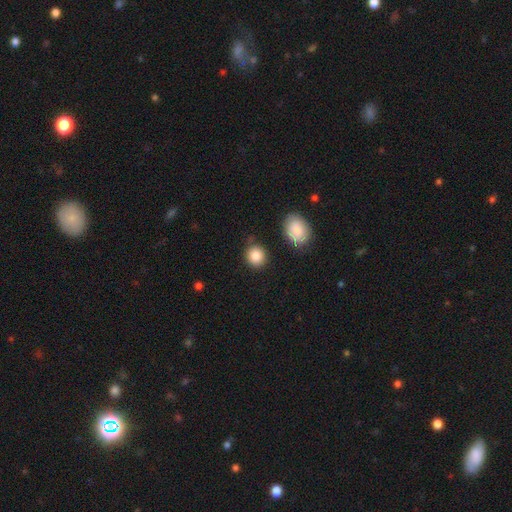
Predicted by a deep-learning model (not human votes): Smooth or featured?
  - smooth: 87% *
  - star or artifact: 9%
  - featured or disk: 5%
How rounded?
  - round: 84% *
  - in between: 15%
  - cigar-shaped: 1%
Merging?
  - none: 82% *
  - minor disturbance: 11%
  - merger: 4%
  - major disturbance: 3%